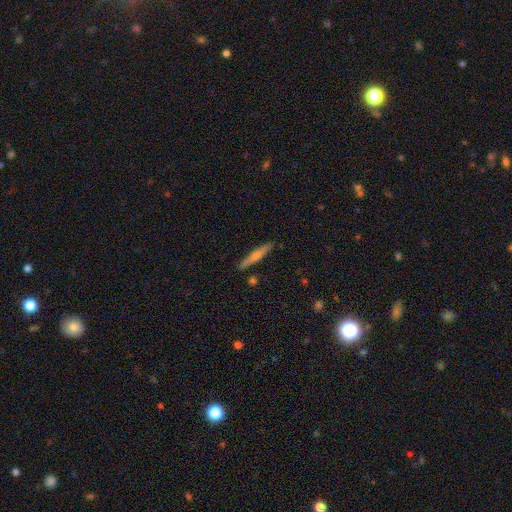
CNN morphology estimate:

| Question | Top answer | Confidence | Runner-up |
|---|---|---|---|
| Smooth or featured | featured or disk | 58% | smooth (35%) |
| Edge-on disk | yes | 97% | no (3%) |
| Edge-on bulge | rounded | 78% | none (15%) |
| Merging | none | 89% | minor disturbance (8%) |